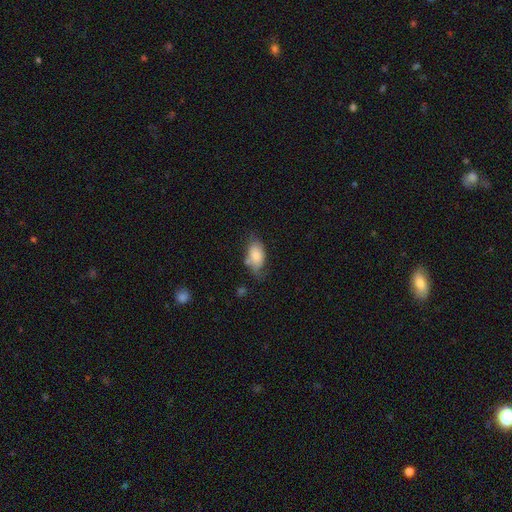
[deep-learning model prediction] Smooth or featured: smooth — 76% (featured or disk — 17%)
How rounded: in between — 92% (round — 4%)
Merging: none — 50% (minor disturbance — 32%)